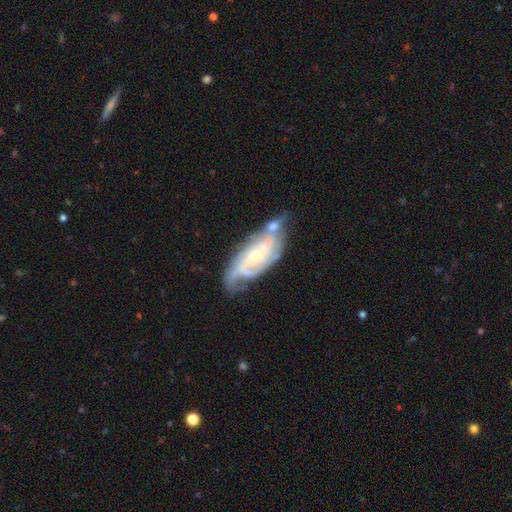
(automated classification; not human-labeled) Morphology: type=featured or disk (81%); edge-on=no (92%); bar=no (61%); spiral arms=yes (93%); winding=tight (53%); arm count=2 (36%); bulge=small (62%); merging=none (48%).